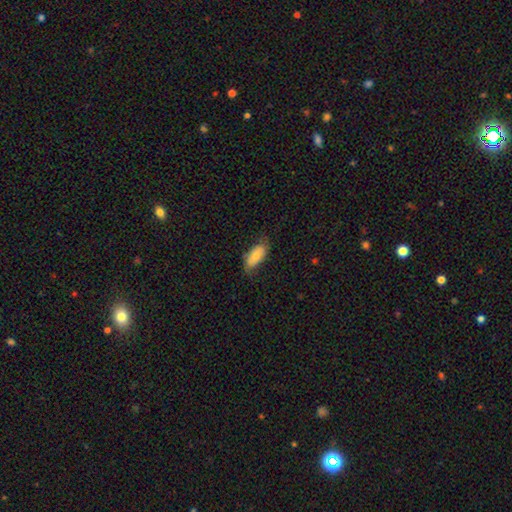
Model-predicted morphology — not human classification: smooth_or_featured: smooth (p=0.73) [alt: featured or disk p=0.20]
how_rounded: in between (p=0.88) [alt: cigar-shaped p=0.10]
merging: none (p=0.63) [alt: minor disturbance p=0.28]